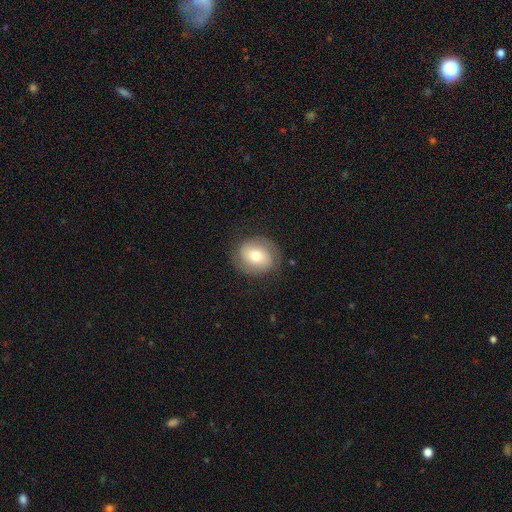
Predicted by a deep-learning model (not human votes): Q: Smooth or featured?
A: smooth (59%); runner-up: featured or disk (33%)
Q: How rounded?
A: round (69%); runner-up: in between (30%)
Q: Merging?
A: none (80%); runner-up: minor disturbance (13%)